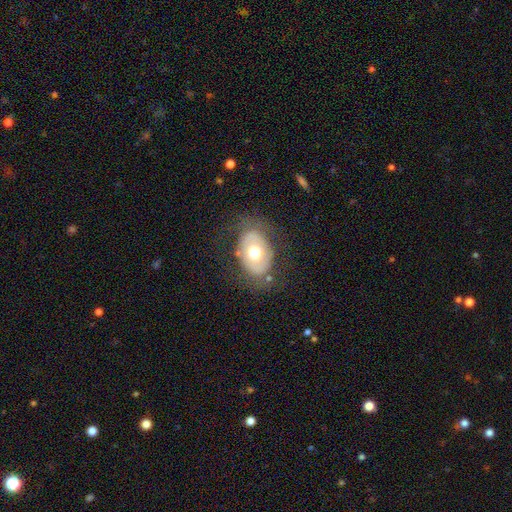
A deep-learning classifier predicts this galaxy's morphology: Smooth or featured: featured or disk — 47% (smooth — 45%)
Merging: none — 75% (minor disturbance — 16%)